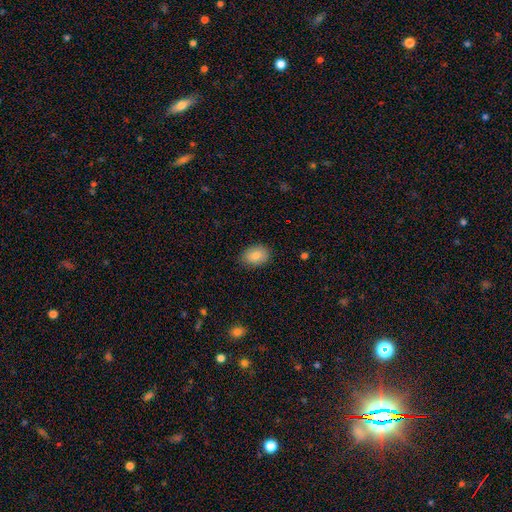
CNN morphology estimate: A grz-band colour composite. It shows a smooth galaxy with no disk features (84%) that is in between round and cigar-shaped (77%). Merging: none (85%).